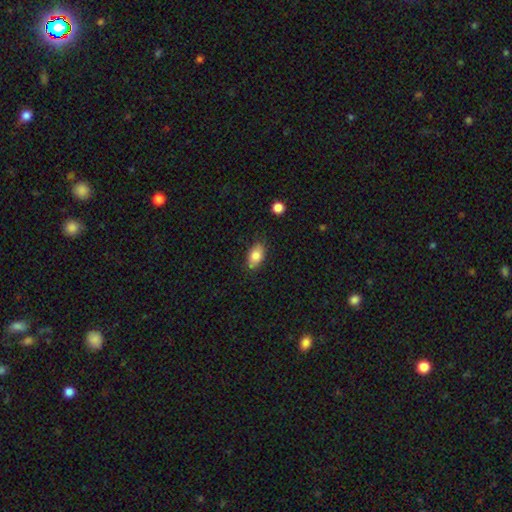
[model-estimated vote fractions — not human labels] Smooth or featured? Predicted: smooth (p=0.81). How rounded? Predicted: in between (p=0.90). Merging? Predicted: none (p=0.81).